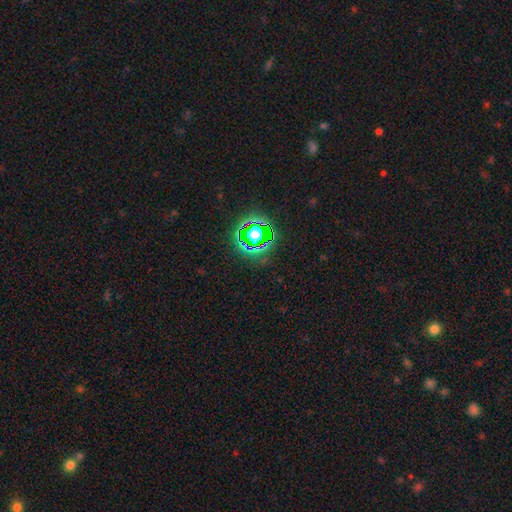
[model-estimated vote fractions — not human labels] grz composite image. It shows a star or artifact, not a galaxy (79%).